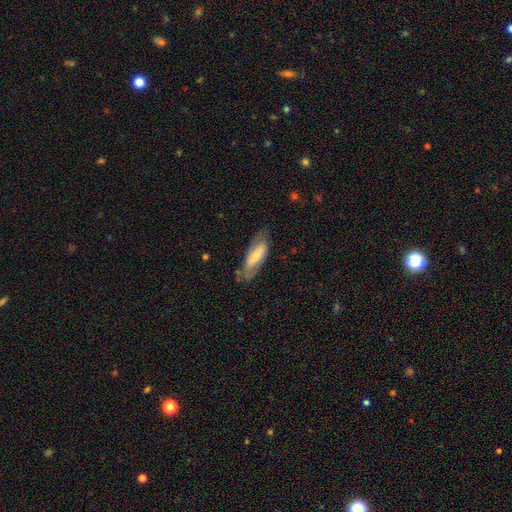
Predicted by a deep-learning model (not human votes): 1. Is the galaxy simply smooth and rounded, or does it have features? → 48% featured or disk, 46% smooth, 6% star or artifact.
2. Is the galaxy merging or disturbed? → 67% none, 22% minor disturbance, 9% major disturbance, 2% merger.